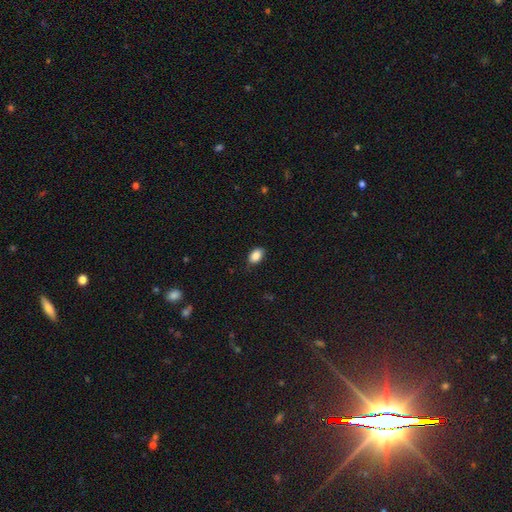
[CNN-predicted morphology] Smooth or featured?
  - smooth: 88% *
  - star or artifact: 8%
  - featured or disk: 4%
How rounded?
  - in between: 89% *
  - round: 9%
  - cigar-shaped: 2%
Merging?
  - none: 79% *
  - minor disturbance: 17%
  - major disturbance: 3%
  - merger: 1%